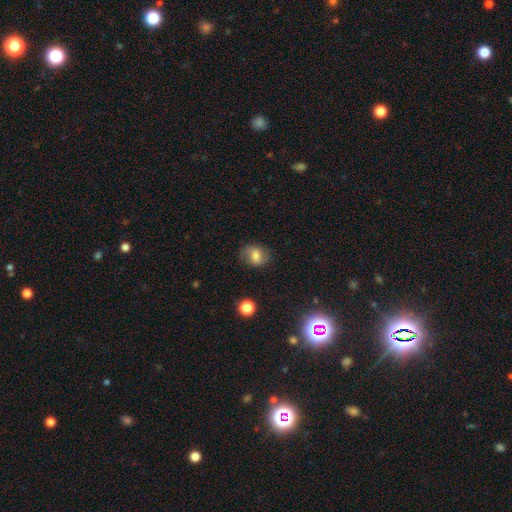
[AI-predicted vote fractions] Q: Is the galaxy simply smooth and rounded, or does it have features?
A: smooth — 66%.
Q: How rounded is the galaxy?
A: round — 55%.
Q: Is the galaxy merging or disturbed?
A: none — 71%.